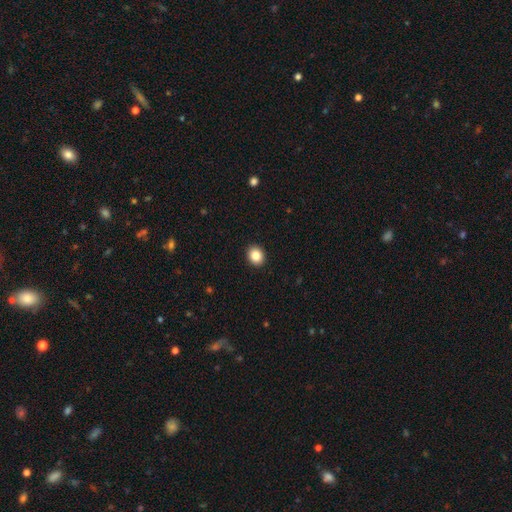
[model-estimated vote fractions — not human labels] This appears to be a smooth galaxy with no disk features (86%) that is round (62%). Merging: none (92%).